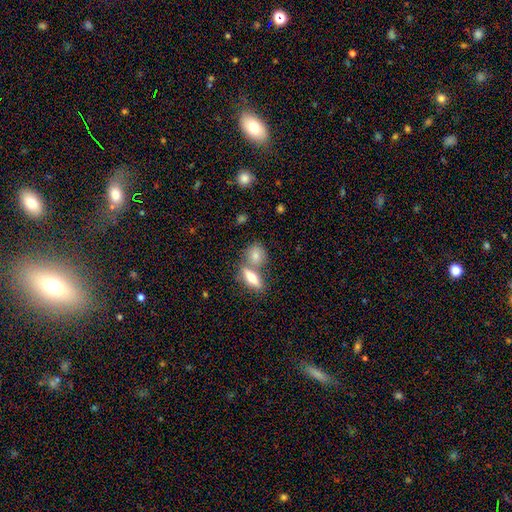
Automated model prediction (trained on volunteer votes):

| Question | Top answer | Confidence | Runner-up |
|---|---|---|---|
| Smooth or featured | smooth | 75% | featured or disk (16%) |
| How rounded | in between | 47% | round (42%) |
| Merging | none | 53% | merger (34%) |